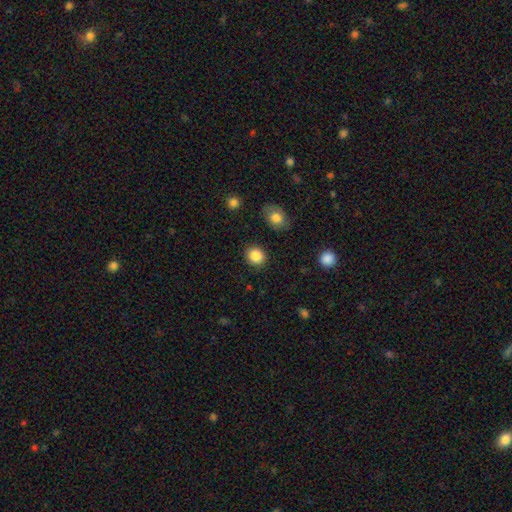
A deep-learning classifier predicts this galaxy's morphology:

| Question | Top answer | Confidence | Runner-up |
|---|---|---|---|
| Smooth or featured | smooth | 87% | star or artifact (9%) |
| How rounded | round | 75% | in between (25%) |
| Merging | none | 88% | minor disturbance (7%) |